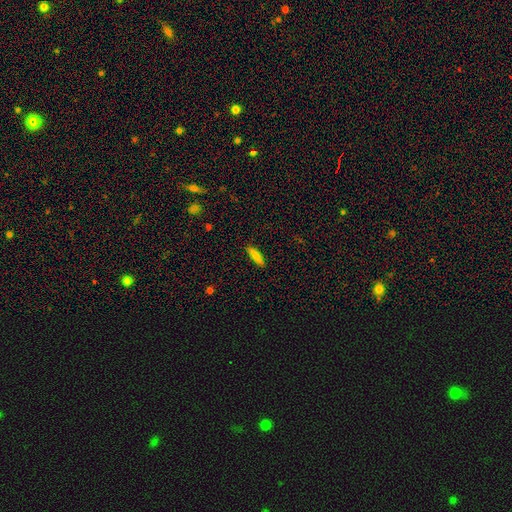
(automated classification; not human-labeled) Q: Smooth or featured?
A: smooth (83%); runner-up: featured or disk (9%)
Q: How rounded?
A: cigar-shaped (73%); runner-up: in between (26%)
Q: Merging?
A: none (89%); runner-up: minor disturbance (8%)